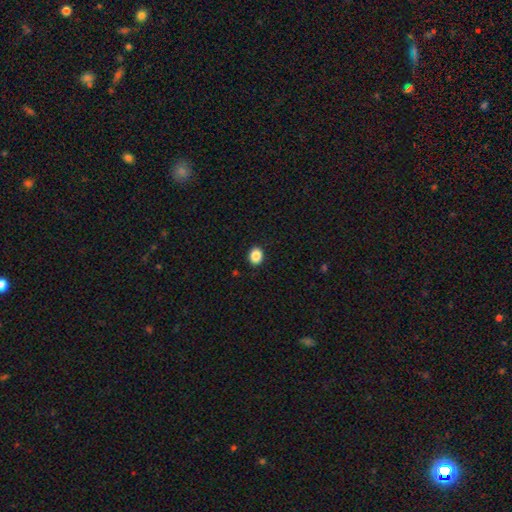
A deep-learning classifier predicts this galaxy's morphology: Overall: smooth (88%). How rounded: round (54%; in between 46%). Merging: none (91%).